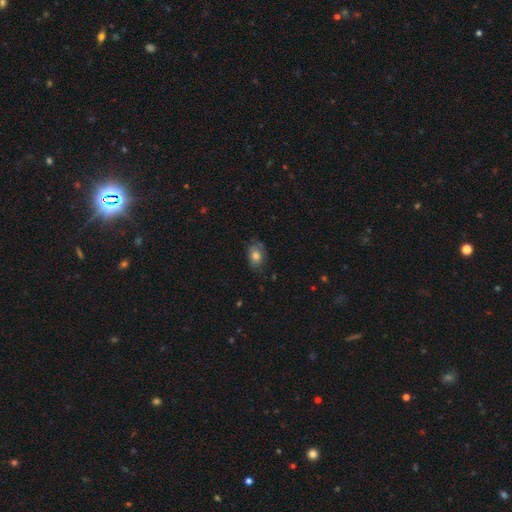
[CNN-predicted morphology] Smooth or featured: smooth — 73% (featured or disk — 18%)
How rounded: in between — 79% (round — 20%)
Merging: none — 68% (minor disturbance — 24%)